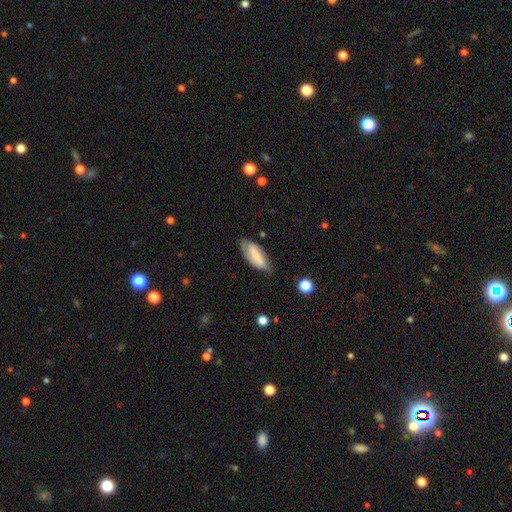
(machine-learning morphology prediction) smooth_or_featured: smooth (p=0.64) [alt: featured or disk p=0.29]
how_rounded: in between (p=0.76) [alt: cigar-shaped p=0.22]
merging: none (p=0.60) [alt: minor disturbance p=0.31]